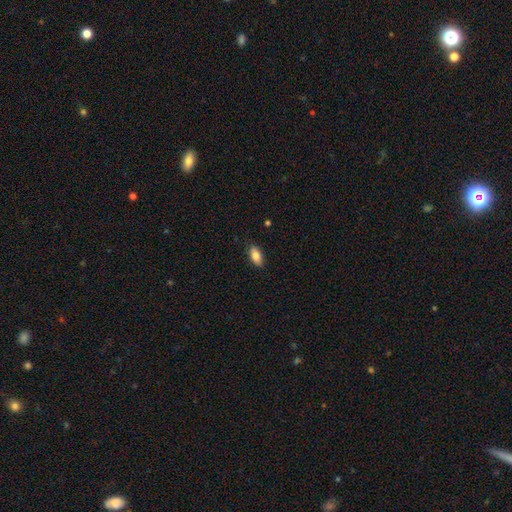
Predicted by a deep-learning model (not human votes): This appears to be a smooth galaxy with no disk features (79%) that is in between round and cigar-shaped (87%). Merging: none (86%).